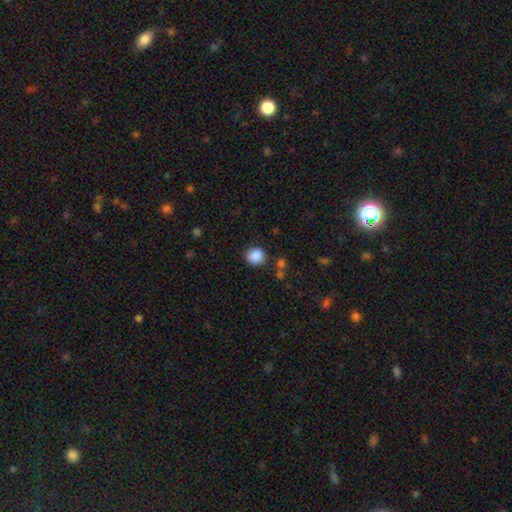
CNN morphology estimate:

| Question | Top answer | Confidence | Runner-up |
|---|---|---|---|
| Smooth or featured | smooth | 87% | star or artifact (9%) |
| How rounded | round | 86% | in between (13%) |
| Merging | none | 83% | minor disturbance (9%) |